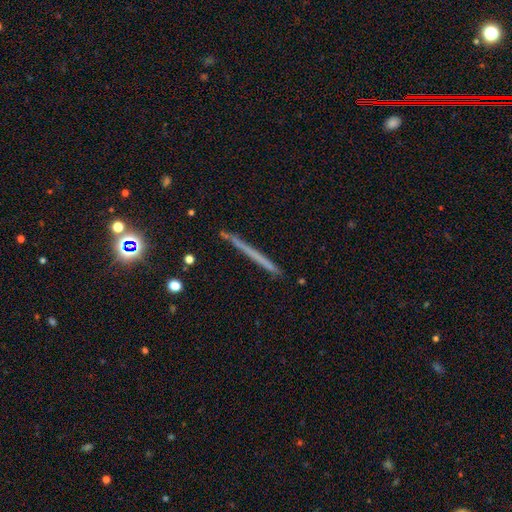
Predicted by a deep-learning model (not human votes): Smooth or featured? Predicted: featured or disk (p=0.48). Merging? Predicted: none (p=0.88).